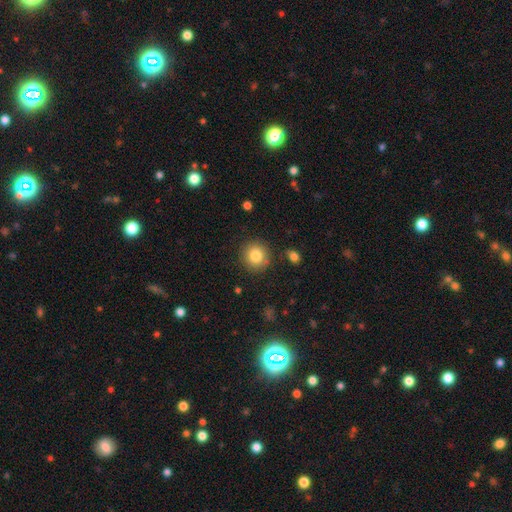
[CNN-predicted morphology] Overall: smooth (83%). How rounded: round (93%). Merging: none (87%).